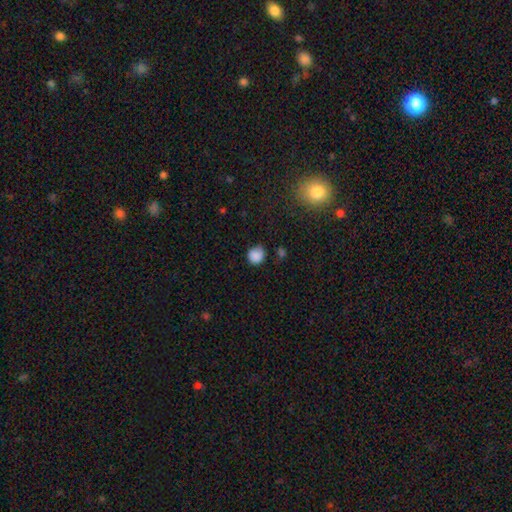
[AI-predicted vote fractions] Smooth or featured? Predicted: smooth (p=0.85). How rounded? Predicted: round (p=0.83). Merging? Predicted: none (p=0.65).